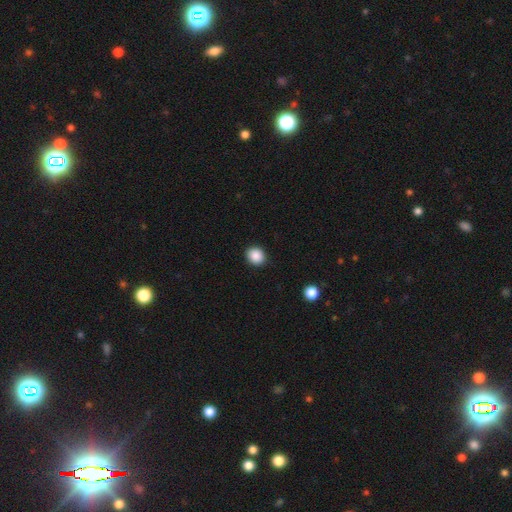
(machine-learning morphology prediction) Smooth or featured?
  - smooth: 88% *
  - star or artifact: 9%
  - featured or disk: 3%
How rounded?
  - round: 77% *
  - in between: 22%
  - cigar-shaped: 1%
Merging?
  - none: 91% *
  - minor disturbance: 6%
  - major disturbance: 2%
  - merger: 1%